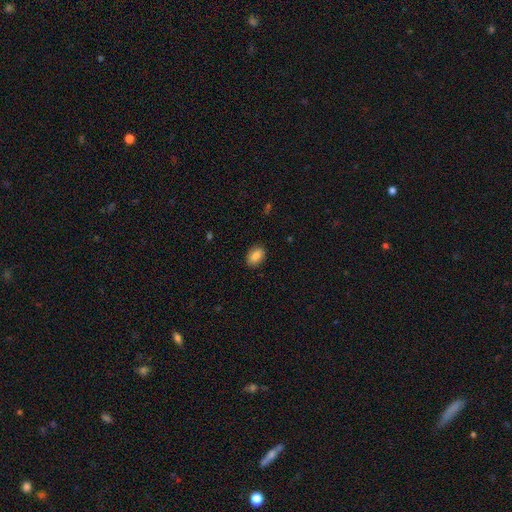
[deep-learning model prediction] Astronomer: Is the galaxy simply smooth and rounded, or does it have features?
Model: smooth — 83%.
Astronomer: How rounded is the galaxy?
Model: in between — 82%.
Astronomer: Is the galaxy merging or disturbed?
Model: none — 87%.